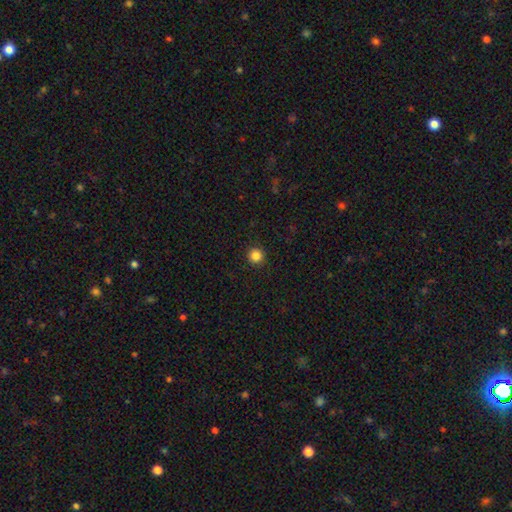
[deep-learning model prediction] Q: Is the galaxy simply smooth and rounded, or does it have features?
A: smooth — 85%.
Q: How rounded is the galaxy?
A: round — 96%.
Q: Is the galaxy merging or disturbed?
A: none — 92%.